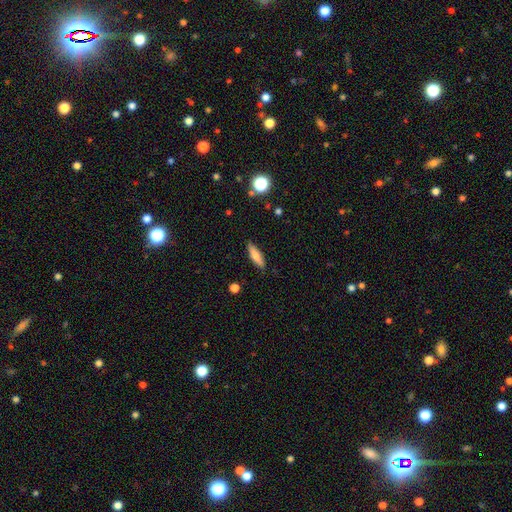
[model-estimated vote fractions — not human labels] Smooth or featured: smooth — 66% (featured or disk — 27%)
How rounded: cigar-shaped — 62% (in between — 35%)
Merging: none — 87% (minor disturbance — 10%)